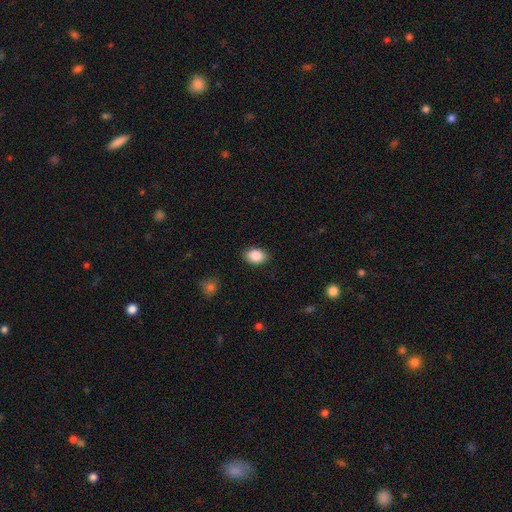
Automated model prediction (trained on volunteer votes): Q: Smooth or featured?
A: smooth (87%); runner-up: star or artifact (8%)
Q: How rounded?
A: in between (82%); runner-up: round (17%)
Q: Merging?
A: none (87%); runner-up: minor disturbance (9%)